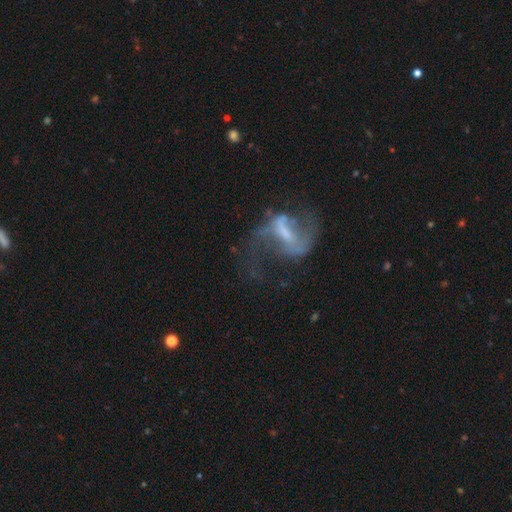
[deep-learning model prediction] Smooth or featured: featured or disk — 78% (star or artifact — 13%)
Edge-on disk: no — 95% (yes — 5%)
Bar: weak — 45% (strong — 37%)
Spiral arms: yes — 87% (no — 13%)
Spiral winding: loose — 61% (medium — 31%)
Spiral arm count: 2 — 80% (can't tell — 8%)
Bulge size: small — 50% (moderate — 28%)
Merging: none — 51% (major disturbance — 28%)